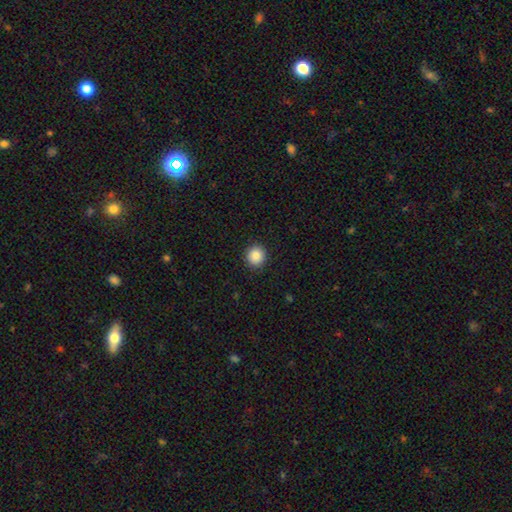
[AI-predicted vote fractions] A smooth galaxy with no disk features (87%) that is round (92%).

Vote fractions:
- Smooth or featured? smooth: 87% / star or artifact: 9% / featured or disk: 4%
- How rounded? round: 92% / in between: 7% / cigar-shaped: 1%
- Merging? none: 92% / minor disturbance: 5% / major disturbance: 2% / merger: 1%